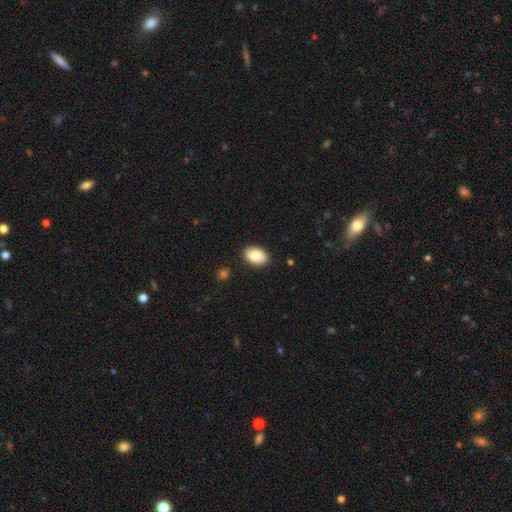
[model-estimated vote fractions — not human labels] smooth_or_featured: smooth (p=0.86) [alt: featured or disk p=0.08]
how_rounded: in between (p=0.88) [alt: round p=0.11]
merging: none (p=0.89) [alt: minor disturbance p=0.08]